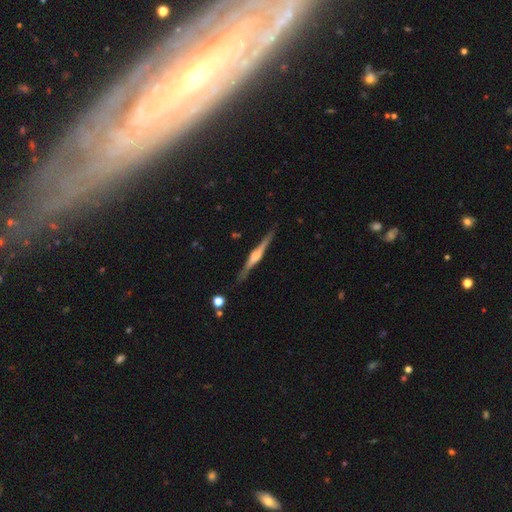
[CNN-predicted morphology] Smooth or featured? featured or disk (80%)
Edge-on disk? yes (98%)
Edge-on bulge? rounded (70%)
Merging? none (88%)